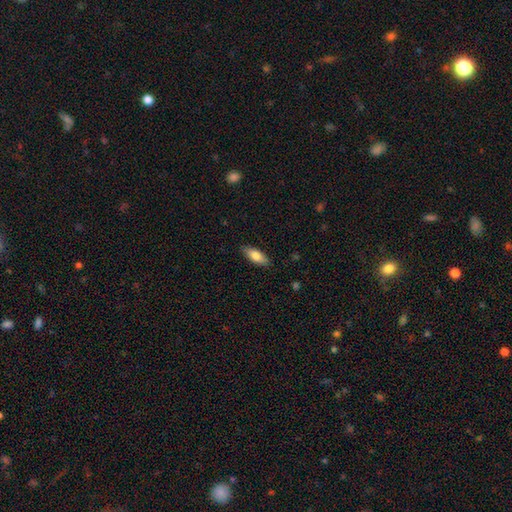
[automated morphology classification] The model was most divided on "how rounded": in between: 75%, cigar-shaped: 23%, round: 2%. More confident: merging — none (86%); smooth or featured — smooth (79%).